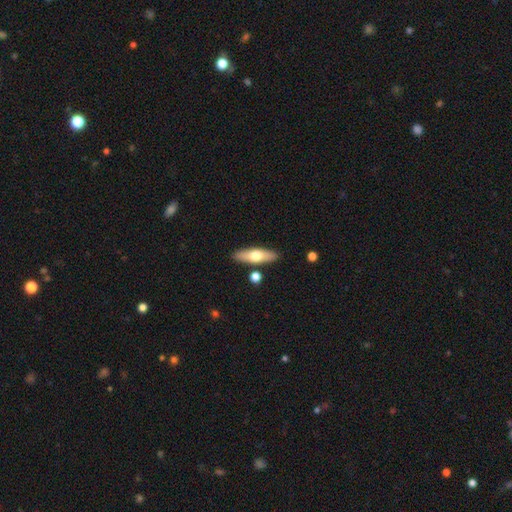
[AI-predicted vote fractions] The model was most divided on "how rounded": cigar-shaped: 55%, in between: 43%, round: 3%. More confident: merging — none (86%); smooth or featured — smooth (58%).